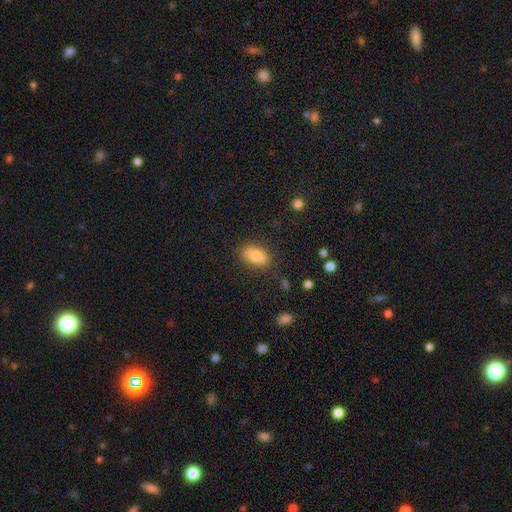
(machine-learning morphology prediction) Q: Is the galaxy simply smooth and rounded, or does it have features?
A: smooth — 82%.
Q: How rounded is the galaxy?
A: in between — 90%.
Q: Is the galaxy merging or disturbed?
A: none — 84%.